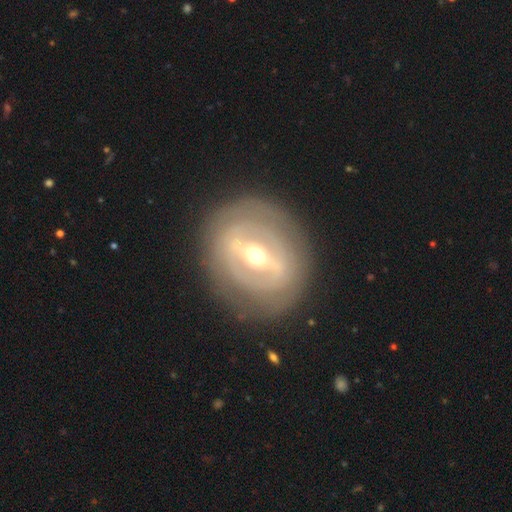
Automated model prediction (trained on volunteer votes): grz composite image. It shows a featured or disk galaxy (81%) with a strong bar (67%), no spiral arms (53%) and a moderate central bulge (62%). Merging: none (84%).